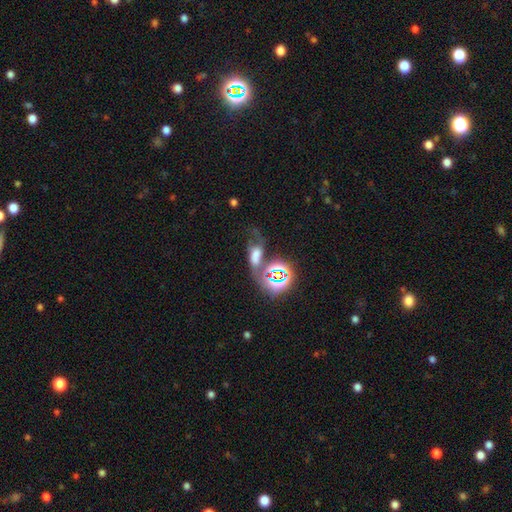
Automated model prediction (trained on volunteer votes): smooth-or-featured: smooth: 41% | star or artifact: 33% | featured or disk: 26%
  merging: merger: 33% | none: 27% | major disturbance: 25% | minor disturbance: 15%